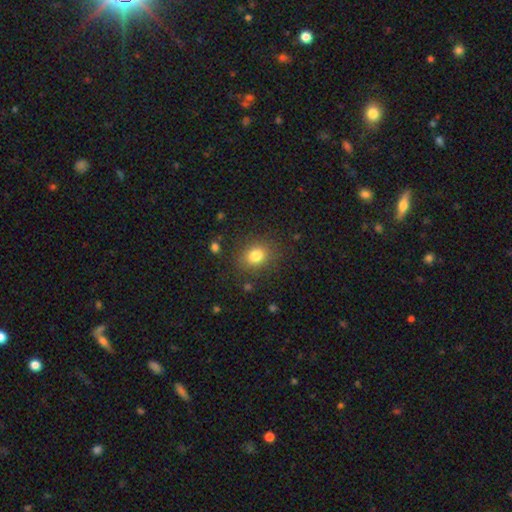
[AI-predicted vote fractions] The model was most divided on "how rounded": round: 55%, in between: 44%, cigar-shaped: 1%. More confident: merging — none (83%); smooth or featured — smooth (81%).